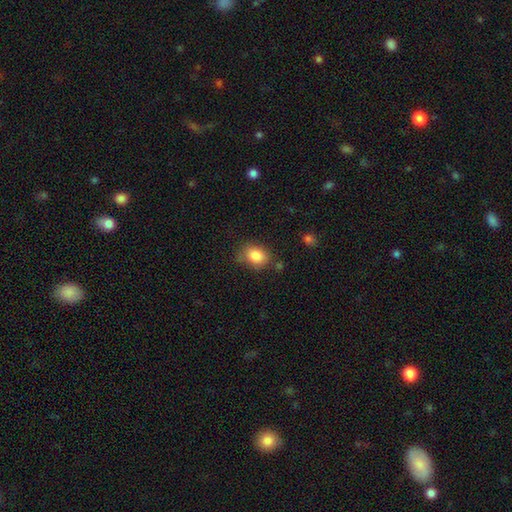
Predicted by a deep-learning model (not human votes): Smooth or featured?
  - smooth: 85% *
  - star or artifact: 9%
  - featured or disk: 6%
How rounded?
  - in between: 68% *
  - round: 31%
  - cigar-shaped: 1%
Merging?
  - none: 67% *
  - minor disturbance: 23%
  - major disturbance: 6%
  - merger: 4%